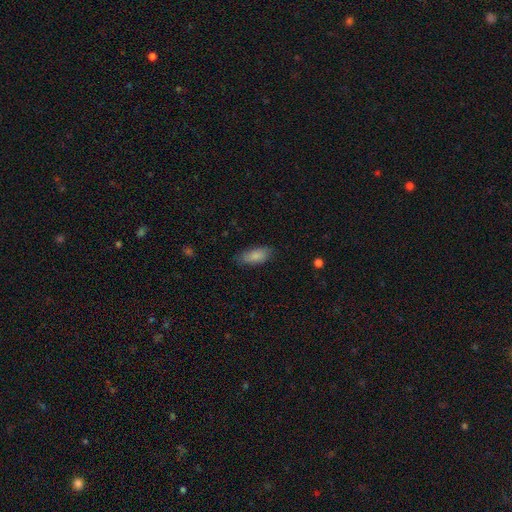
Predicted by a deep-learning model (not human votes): Smooth or featured? smooth (86%)
How rounded? in between (83%)
Merging? none (81%)